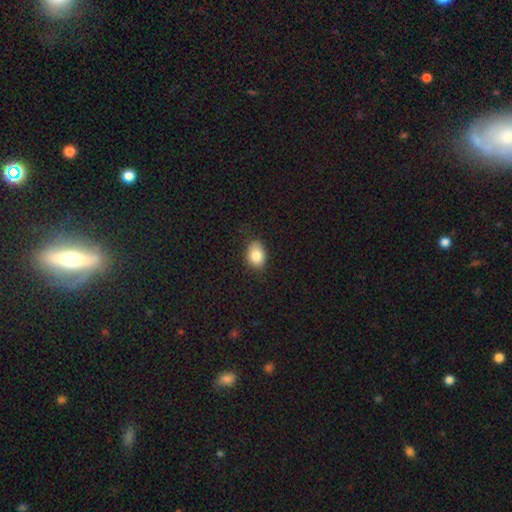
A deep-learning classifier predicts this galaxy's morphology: The model was most divided on "how rounded": in between: 67%, round: 32%, cigar-shaped: 1%. More confident: smooth or featured — smooth (84%); merging — none (77%).